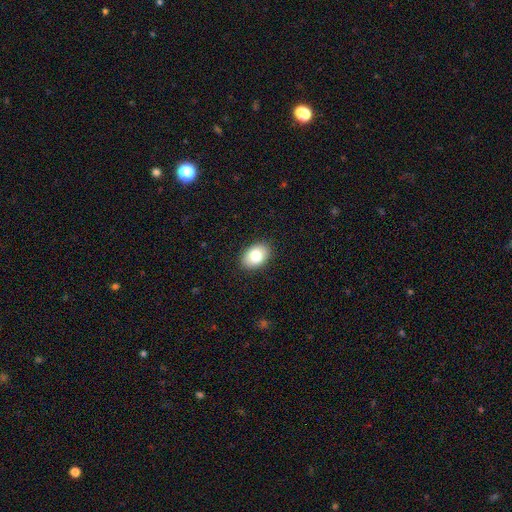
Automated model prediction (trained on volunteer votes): smooth_or_featured: smooth (p=0.84) [alt: featured or disk p=0.09]
how_rounded: in between (p=0.84) [alt: round p=0.15]
merging: none (p=0.89) [alt: minor disturbance p=0.08]